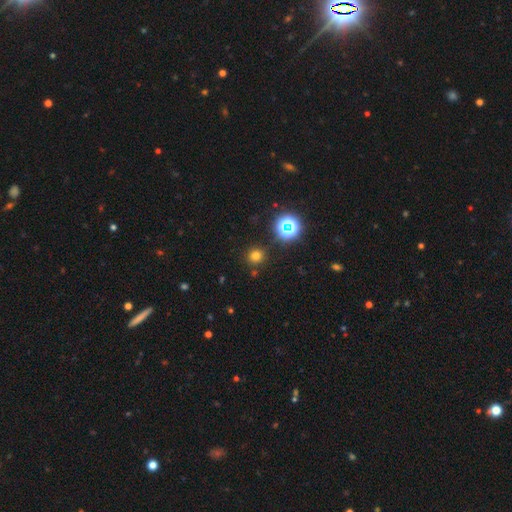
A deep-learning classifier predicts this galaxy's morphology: This appears to be a smooth galaxy with no disk features (70%) that is round (92%). Merging: none (86%).